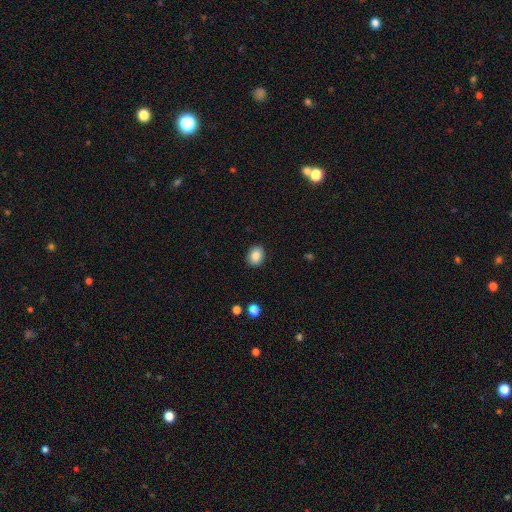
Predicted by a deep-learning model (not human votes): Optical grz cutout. It shows a smooth galaxy with no disk features (87%) that is in between round and cigar-shaped (52%). Merging: none (89%).